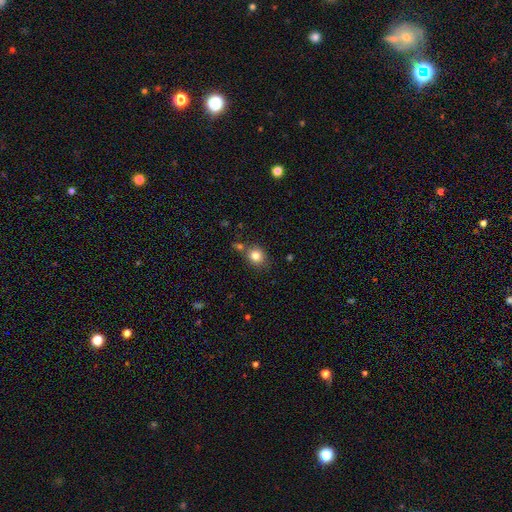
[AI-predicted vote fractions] This appears to be a smooth galaxy with no disk features (81%) that is round (74%). Merging: none (72%).